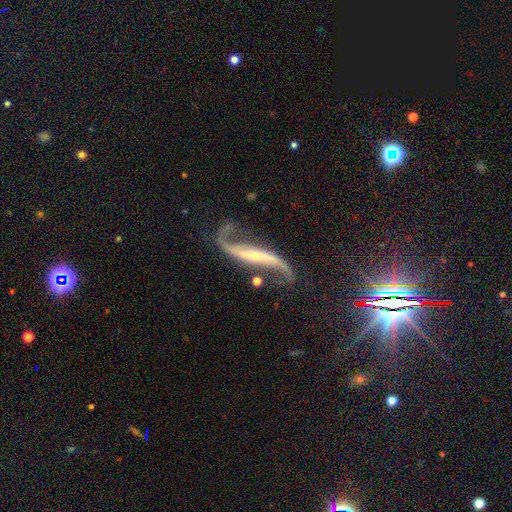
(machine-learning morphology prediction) smooth_or_featured: featured or disk (p=0.89) [alt: star or artifact p=0.05]
disk_edge_on: no (p=0.86) [alt: yes p=0.14]
bar: strong (p=0.51) [alt: weak p=0.25]
has_spiral_arms: yes (p=0.95) [alt: no p=0.05]
spiral_winding: loose (p=0.87) [alt: medium p=0.09]
spiral_arm_count: 2 (p=0.92) [alt: 1 p=0.04]
bulge_size: small (p=0.68) [alt: moderate p=0.17]
merging: none (p=0.63) [alt: minor disturbance p=0.18]